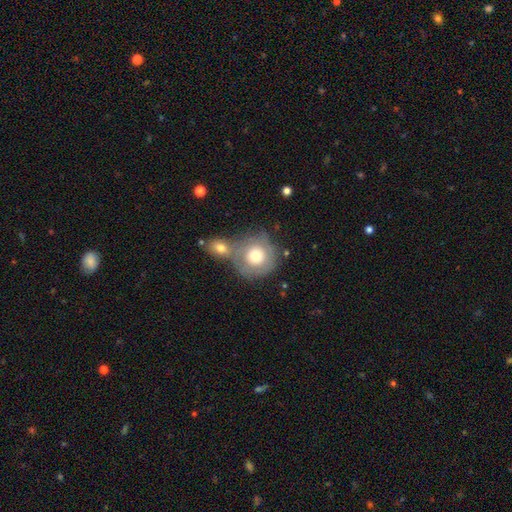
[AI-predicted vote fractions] Overall: smooth (66%; featured or disk 27%). How rounded: round (89%). Merging: merger (45%; none 36%).